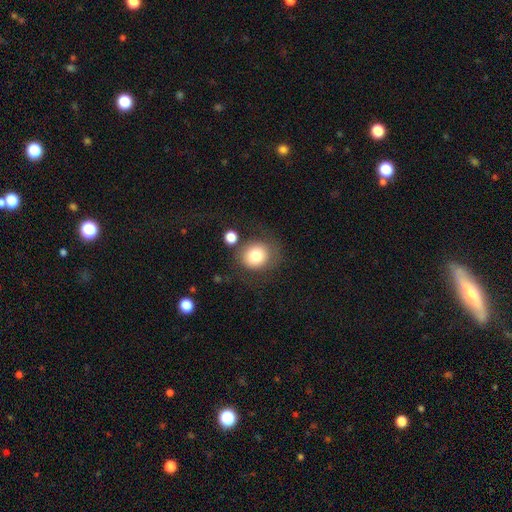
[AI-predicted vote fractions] Overall: smooth (79%). How rounded: round (82%). Merging: none (69%).